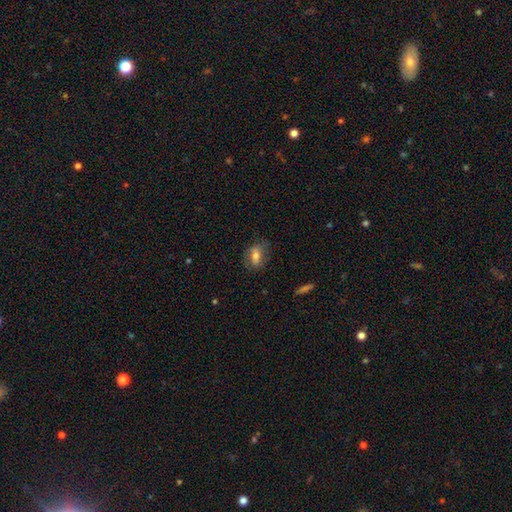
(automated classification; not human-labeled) smooth 63%, featured or disk 29%, star or artifact 8%. Down the decision tree: how rounded — in between (79%); merging — none (69%).